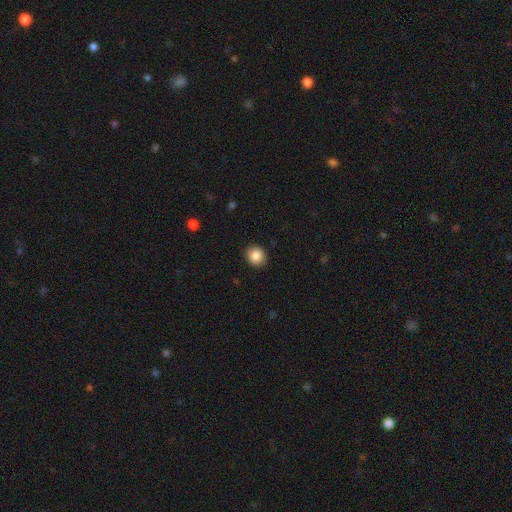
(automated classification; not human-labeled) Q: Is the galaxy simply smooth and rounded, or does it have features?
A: smooth — 87%.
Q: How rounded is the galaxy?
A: round — 80%.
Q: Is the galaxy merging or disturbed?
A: none — 90%.